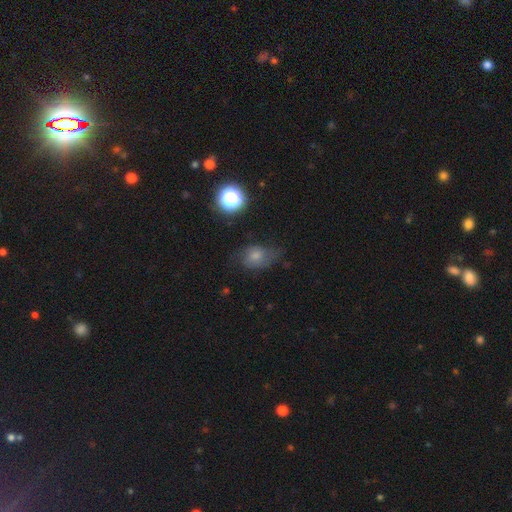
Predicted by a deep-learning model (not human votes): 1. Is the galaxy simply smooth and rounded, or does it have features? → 52% smooth, 27% featured or disk, 21% star or artifact.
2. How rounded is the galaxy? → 60% in between, 38% round, 2% cigar-shaped.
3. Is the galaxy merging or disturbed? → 50% none, 32% minor disturbance, 16% major disturbance, 2% merger.